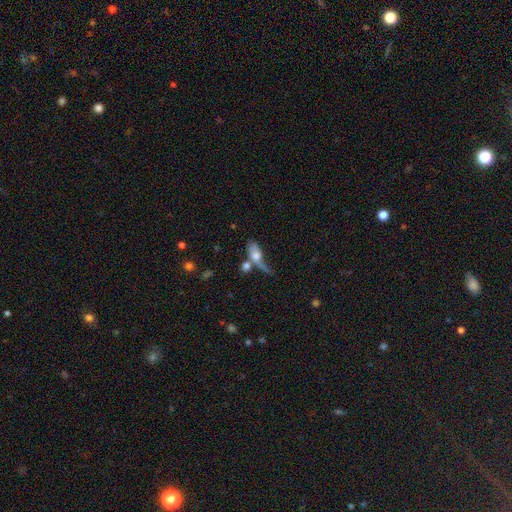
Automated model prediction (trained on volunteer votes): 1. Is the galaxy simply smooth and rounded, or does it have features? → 61% smooth, 30% featured or disk, 9% star or artifact.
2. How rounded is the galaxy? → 67% in between, 19% cigar-shaped, 14% round.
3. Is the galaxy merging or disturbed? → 41% merger, 24% major disturbance, 21% none, 14% minor disturbance.